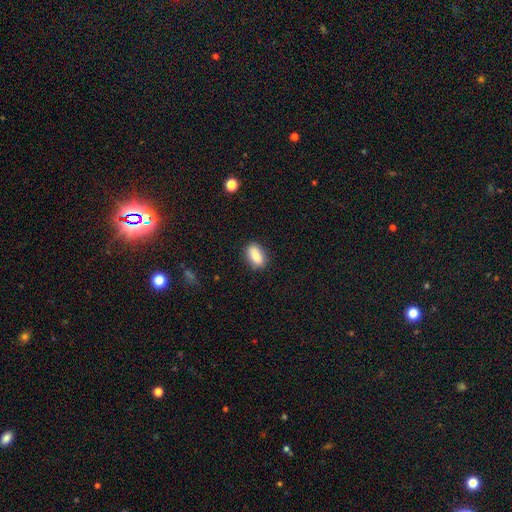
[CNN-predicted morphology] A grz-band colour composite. It shows a smooth galaxy with no disk features (81%) that is in between round and cigar-shaped (85%). Merging: none (86%).